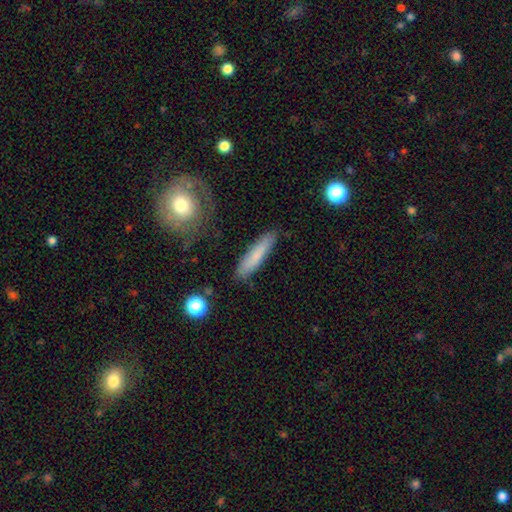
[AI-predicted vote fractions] Smooth or featured? smooth (76%)
How rounded? cigar-shaped (86%)
Merging? none (85%)